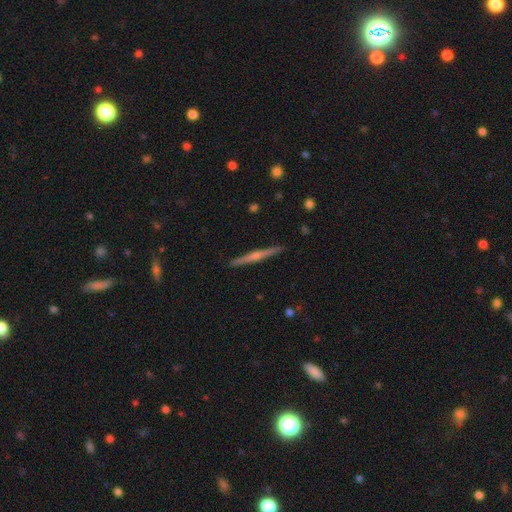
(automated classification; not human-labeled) A featured or disk galaxy (70%) viewed edge-on (97%) with a rounded central bulge (79%). Merging: none (89%).